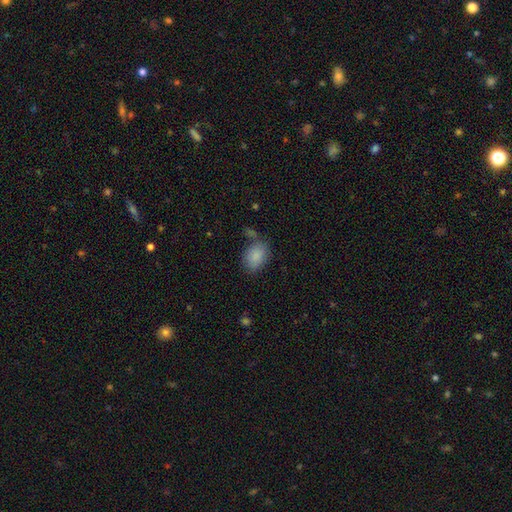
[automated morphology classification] type=smooth (87%); roundness=in between (80%); merging=none (67%).